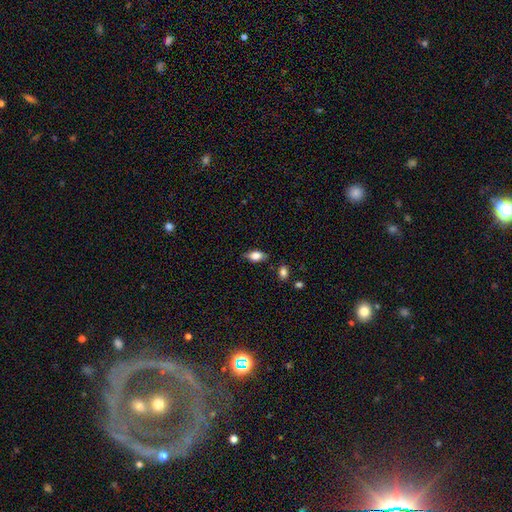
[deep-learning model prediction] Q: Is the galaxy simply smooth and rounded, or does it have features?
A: smooth — 75%.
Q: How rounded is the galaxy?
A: in between — 85%.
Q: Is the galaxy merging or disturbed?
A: none — 77%.